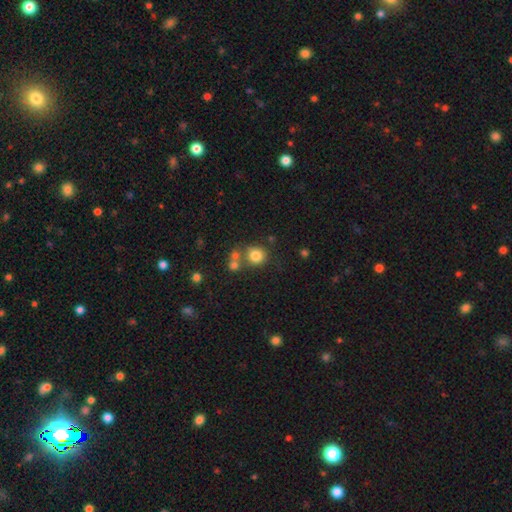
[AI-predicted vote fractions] A smooth galaxy with no disk features (80%) that is round (86%).

Vote fractions:
- Smooth or featured? smooth: 80% / star or artifact: 12% / featured or disk: 8%
- How rounded? round: 86% / in between: 13% / cigar-shaped: 1%
- Merging? none: 63% / merger: 22% / minor disturbance: 10% / major disturbance: 4%